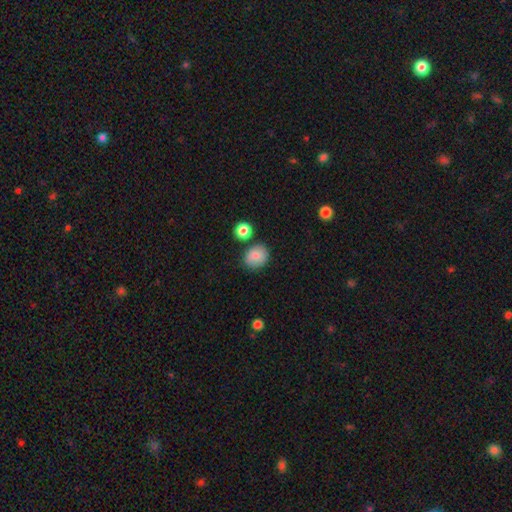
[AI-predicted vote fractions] This appears to be a smooth galaxy with no disk features (81%) that is round (64%). Merging: none (74%).